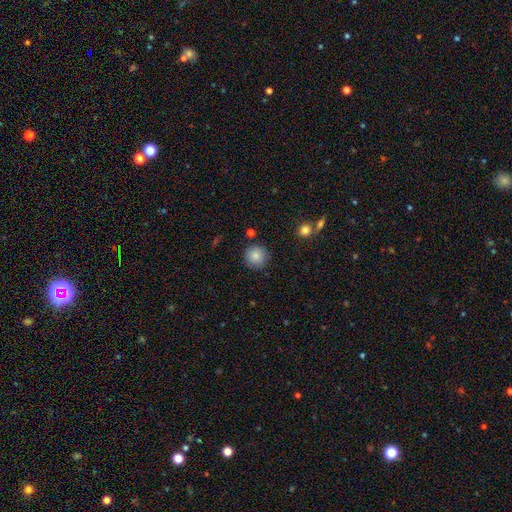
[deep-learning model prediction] Smooth or featured?
  - smooth: 84% *
  - star or artifact: 9%
  - featured or disk: 6%
How rounded?
  - round: 95% *
  - in between: 4%
  - cigar-shaped: 1%
Merging?
  - none: 87% *
  - minor disturbance: 8%
  - major disturbance: 2%
  - merger: 2%